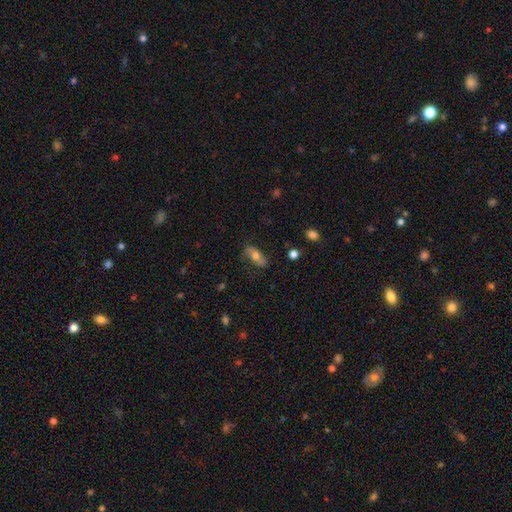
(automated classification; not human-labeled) This appears to be a smooth galaxy with no disk features (61%) that is in between round and cigar-shaped (79%). Merging: none (75%).